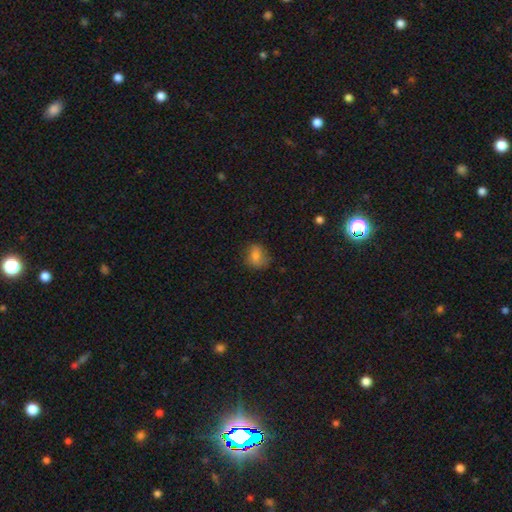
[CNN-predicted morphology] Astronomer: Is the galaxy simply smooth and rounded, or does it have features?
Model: smooth — 77%.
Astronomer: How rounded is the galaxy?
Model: round — 66%.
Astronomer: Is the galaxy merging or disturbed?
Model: none — 71%.